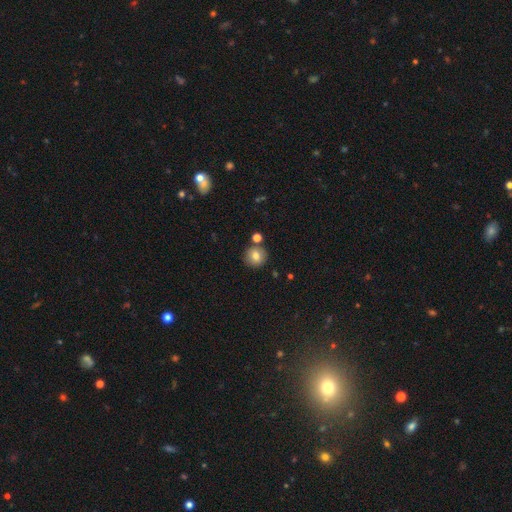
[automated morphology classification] The model was most divided on "smooth or featured": smooth: 78%, featured or disk: 11%, star or artifact: 11%. More confident: how rounded — round (92%); merging — none (80%).